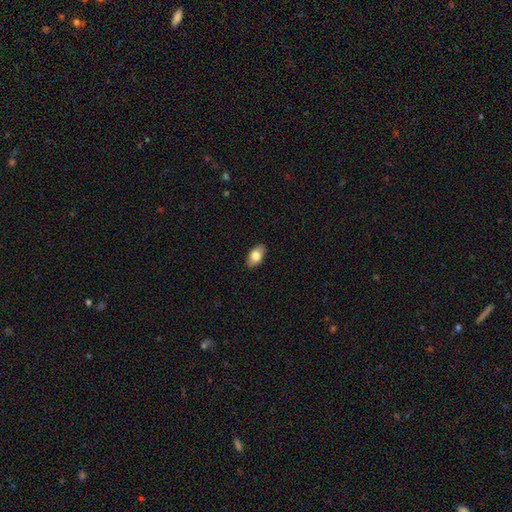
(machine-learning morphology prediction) A smooth galaxy with no disk features (78%) that is in between round and cigar-shaped (92%).

Vote fractions:
- Smooth or featured? smooth: 78% / featured or disk: 15% / star or artifact: 7%
- How rounded? in between: 92% / round: 6% / cigar-shaped: 3%
- Merging? none: 87% / minor disturbance: 10% / major disturbance: 2% / merger: 1%